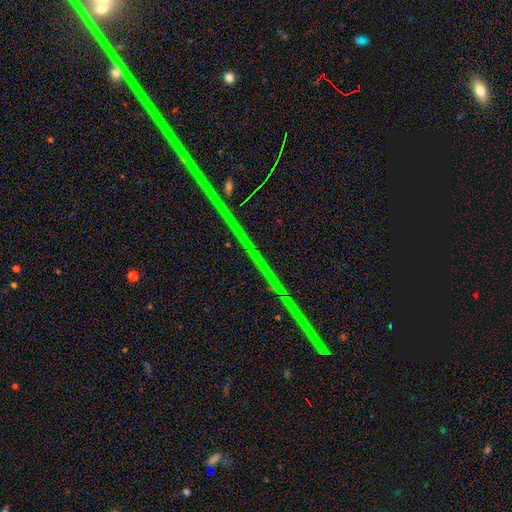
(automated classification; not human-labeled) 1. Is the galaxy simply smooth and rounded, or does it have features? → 88% star or artifact, 7% featured or disk, 5% smooth.